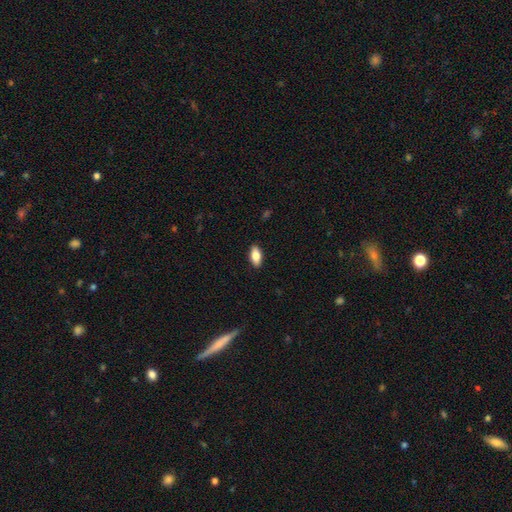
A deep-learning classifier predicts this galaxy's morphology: smooth 82%, featured or disk 12%, star or artifact 7%. Down the decision tree: how rounded — in between (88%); merging — none (89%).